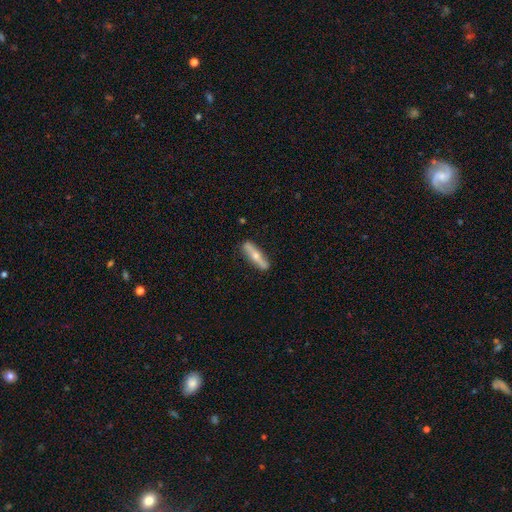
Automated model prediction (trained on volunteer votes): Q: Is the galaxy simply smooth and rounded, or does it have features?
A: featured or disk — 55%.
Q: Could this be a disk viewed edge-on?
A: yes — 81%.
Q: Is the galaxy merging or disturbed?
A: none — 85%.